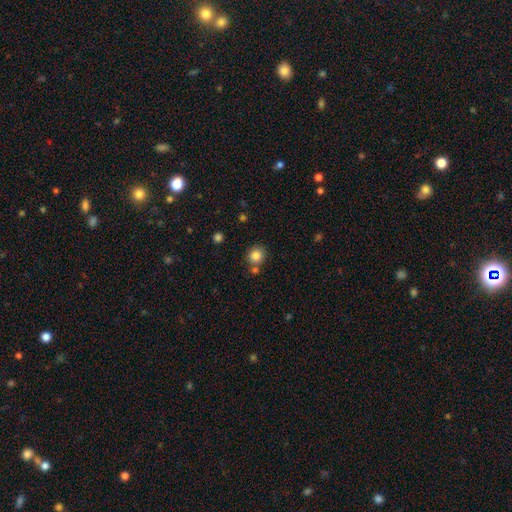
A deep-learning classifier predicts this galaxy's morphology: type=smooth (84%); roundness=round (87%); merging=none (74%).